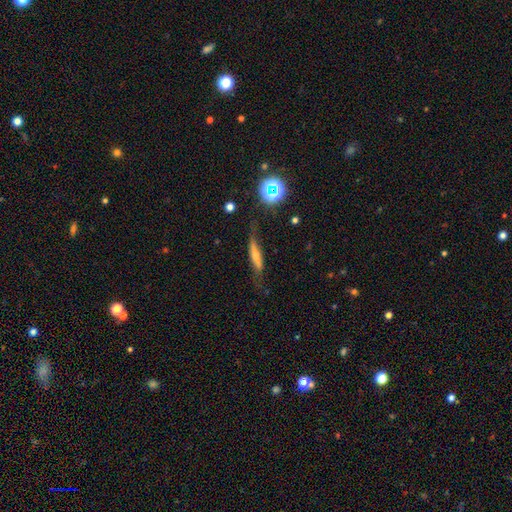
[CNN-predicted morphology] smooth_or_featured: smooth (p=0.46) [alt: featured or disk p=0.43]
merging: none (p=0.61) [alt: minor disturbance p=0.25]